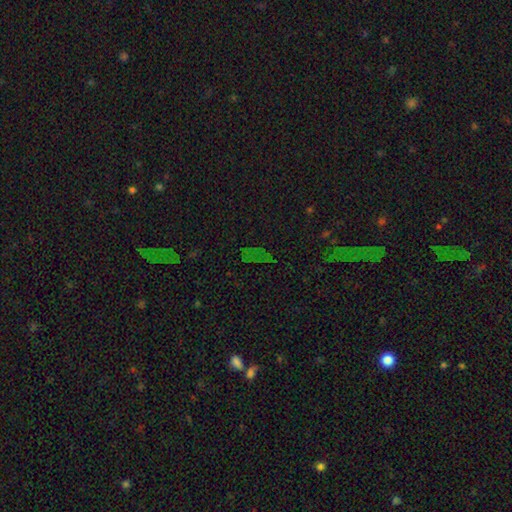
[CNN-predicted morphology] The model was most divided on "smooth or featured": star or artifact: 69%, smooth: 19%, featured or disk: 12%.